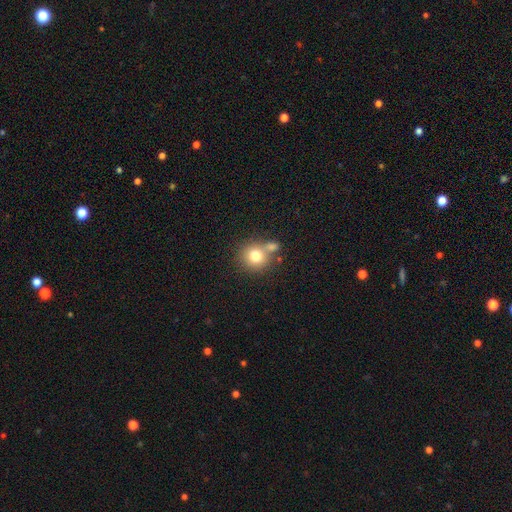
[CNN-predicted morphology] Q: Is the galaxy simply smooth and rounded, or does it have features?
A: smooth — 76%.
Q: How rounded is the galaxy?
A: round — 87%.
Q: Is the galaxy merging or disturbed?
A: none — 55%.